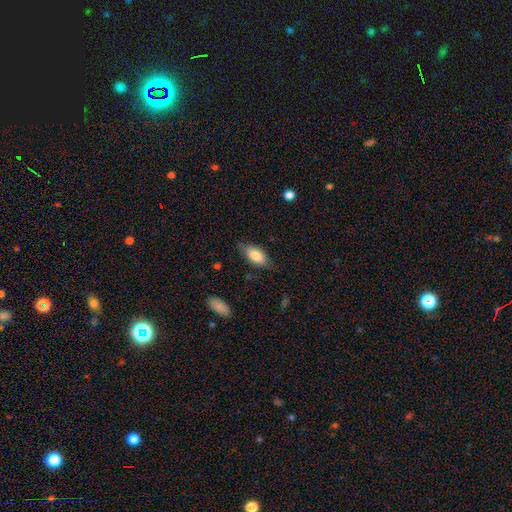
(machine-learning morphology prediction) This is likely a smooth galaxy (78%). How rounded: clearly in between (86%). Merging: likely none (75%).